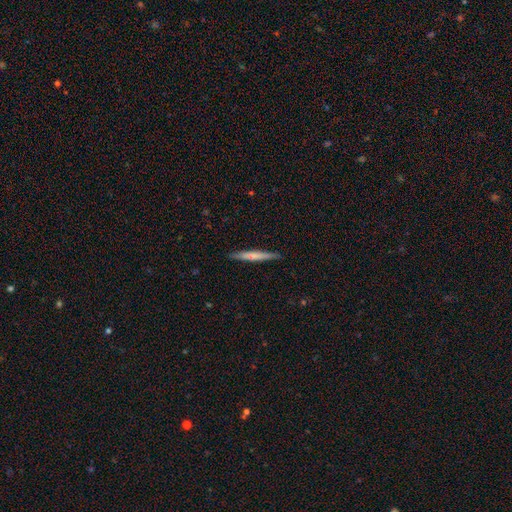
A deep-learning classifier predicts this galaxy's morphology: A smooth galaxy with no disk features (56%) that is cigar-shaped (96%).

Vote fractions:
- Smooth or featured? smooth: 56% / featured or disk: 38% / star or artifact: 6%
- How rounded? cigar-shaped: 96% / in between: 2% / round: 1%
- Merging? none: 90% / minor disturbance: 8% / major disturbance: 1% / merger: 1%